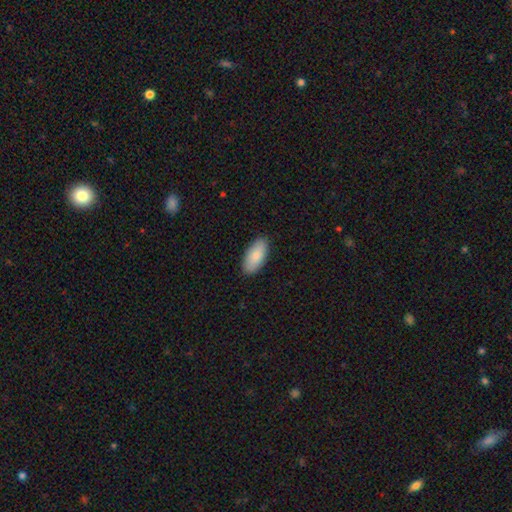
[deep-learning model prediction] Smooth or featured? smooth (85%)
How rounded? in between (92%)
Merging? none (89%)